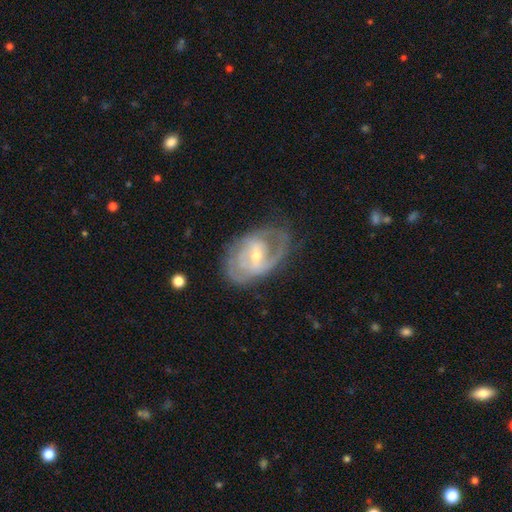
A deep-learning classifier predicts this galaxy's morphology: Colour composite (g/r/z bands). It shows a featured or disk galaxy (81%) with a weak bar (48%), 2 (50%) tight (43%) spiral arms (85%) and a small central bulge (57%). Merging: none (63%).